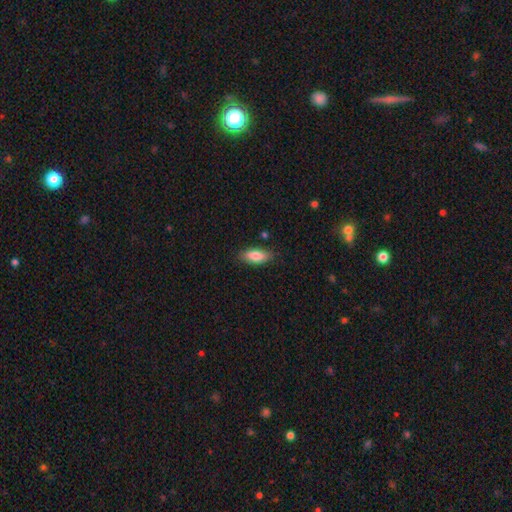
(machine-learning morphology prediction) The model was most divided on "how rounded": in between: 81%, cigar-shaped: 16%, round: 2%. More confident: smooth or featured — smooth (84%); merging — none (82%).